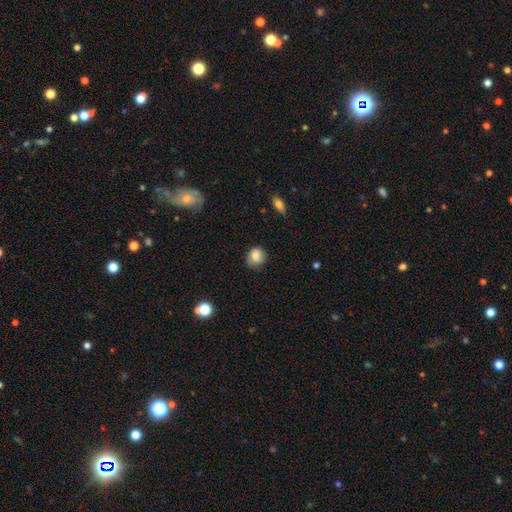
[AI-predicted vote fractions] Morphology: type=smooth (79%); roundness=round (78%); merging=none (72%).